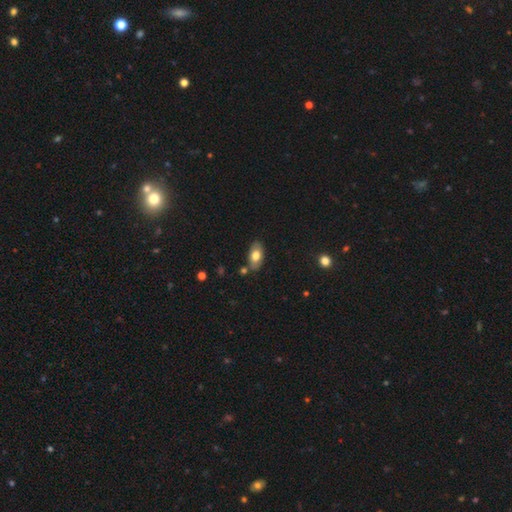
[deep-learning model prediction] A smooth galaxy with no disk features (73%) that is in between round and cigar-shaped (91%). Merging: none (79%).